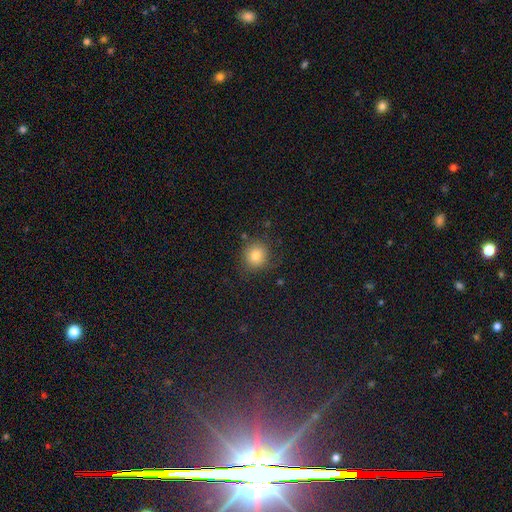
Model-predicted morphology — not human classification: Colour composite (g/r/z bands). It shows a smooth galaxy with no disk features (79%) that is round (90%). Merging: none (80%).